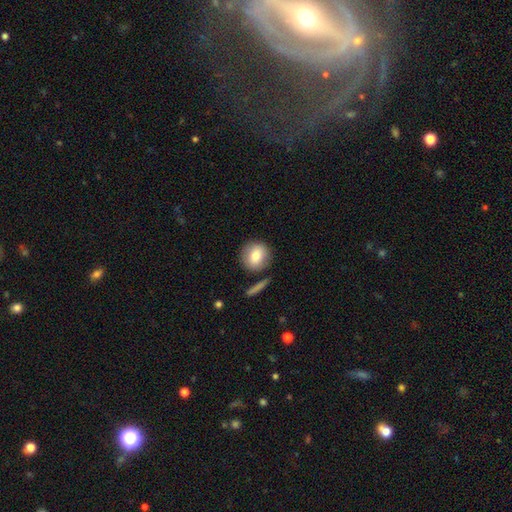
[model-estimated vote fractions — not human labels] Smooth or featured? smooth (80%)
How rounded? round (88%)
Merging? none (80%)